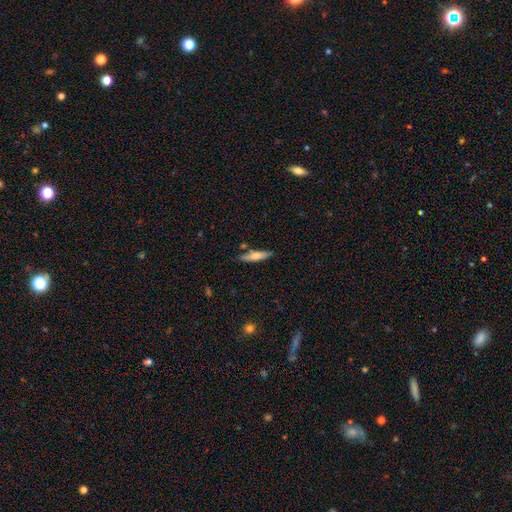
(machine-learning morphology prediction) The model was most divided on "smooth or featured": smooth: 57%, featured or disk: 37%, star or artifact: 6%. More confident: merging — none (79%); how rounded — cigar-shaped (73%).